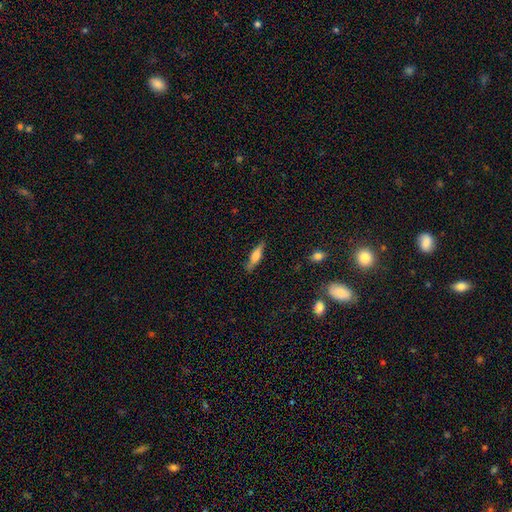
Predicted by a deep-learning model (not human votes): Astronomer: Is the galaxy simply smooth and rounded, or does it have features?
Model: smooth — 51% (runner-up: featured or disk, 42%).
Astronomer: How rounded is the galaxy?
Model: cigar-shaped — 72%.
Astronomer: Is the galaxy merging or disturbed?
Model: none — 86%.